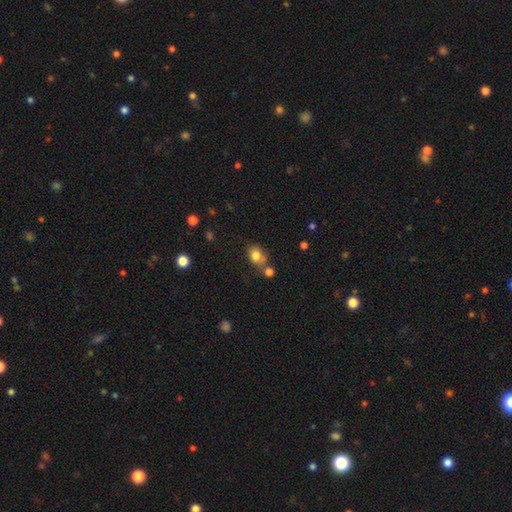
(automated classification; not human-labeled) Smooth or featured? Predicted: smooth (p=0.80). How rounded? Predicted: in between (p=0.56). Merging? Predicted: none (p=0.55).